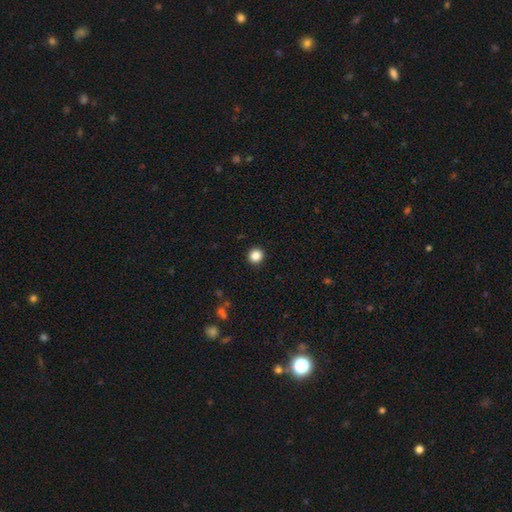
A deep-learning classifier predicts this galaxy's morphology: This appears to be a smooth galaxy with no disk features (86%) that is round (89%). Merging: none (93%).